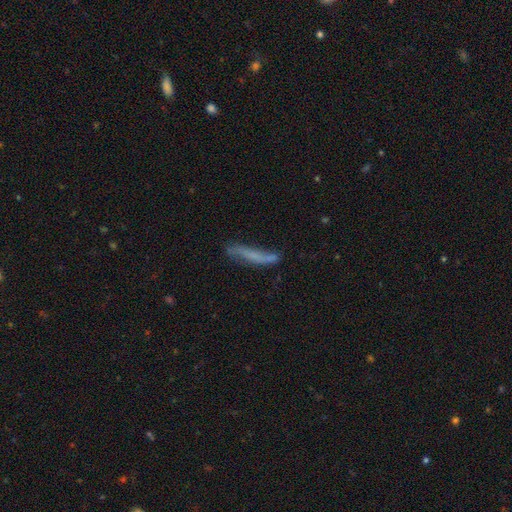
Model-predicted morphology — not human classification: This is possibly a smooth galaxy (49%). Merging: likely none (61%).